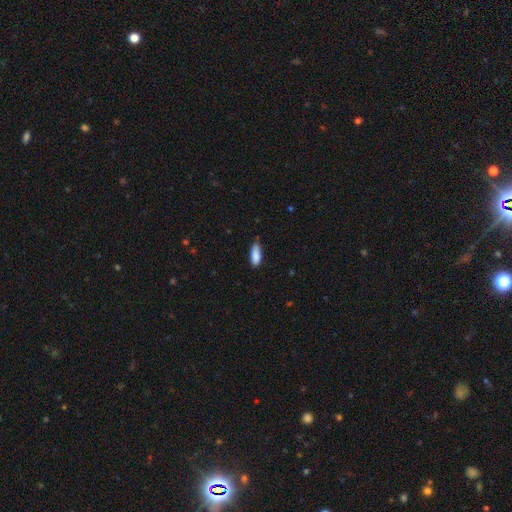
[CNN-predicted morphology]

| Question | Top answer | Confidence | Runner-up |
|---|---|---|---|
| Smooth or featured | smooth | 88% | star or artifact (6%) |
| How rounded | in between | 66% | cigar-shaped (32%) |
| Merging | none | 77% | minor disturbance (19%) |